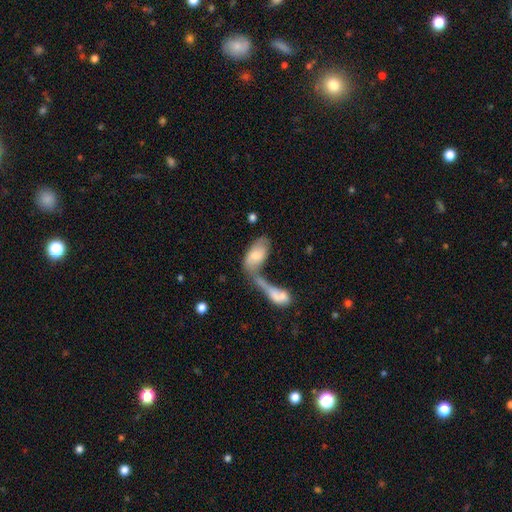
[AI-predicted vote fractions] A smooth galaxy with no disk features (67%) that is in between round and cigar-shaped (91%).

Vote fractions:
- Smooth or featured? smooth: 67% / featured or disk: 27% / star or artifact: 6%
- How rounded? in between: 91% / cigar-shaped: 6% / round: 3%
- Merging? merger: 59% / none: 19% / major disturbance: 12% / minor disturbance: 10%